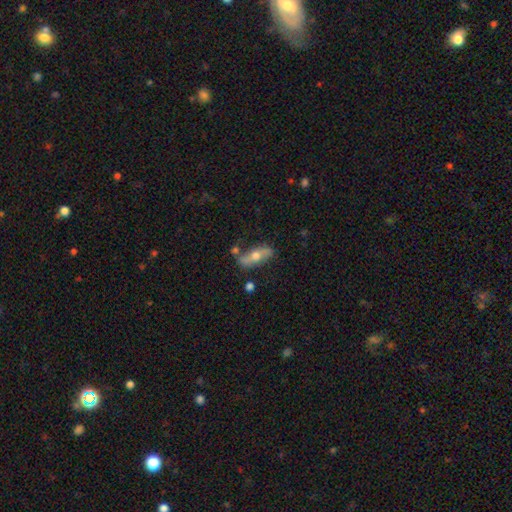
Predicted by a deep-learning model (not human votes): Q: Smooth or featured?
A: featured or disk (52%); runner-up: smooth (41%)
Q: Edge-on disk?
A: no (55%); runner-up: yes (45%)
Q: Merging?
A: none (67%); runner-up: minor disturbance (18%)